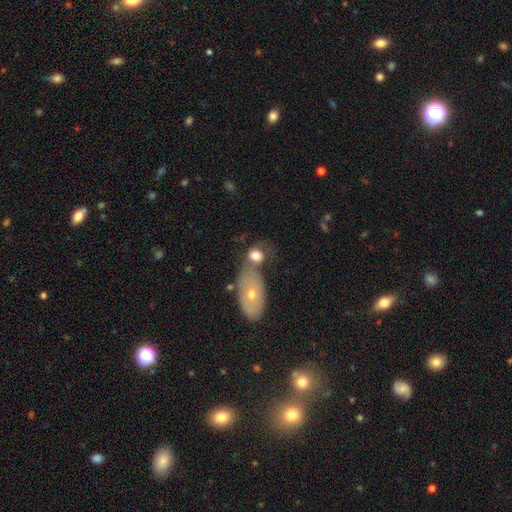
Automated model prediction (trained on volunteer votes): This appears to be a smooth galaxy with no disk features (69%) that is in between round and cigar-shaped (56%). Merging: merger (40%).